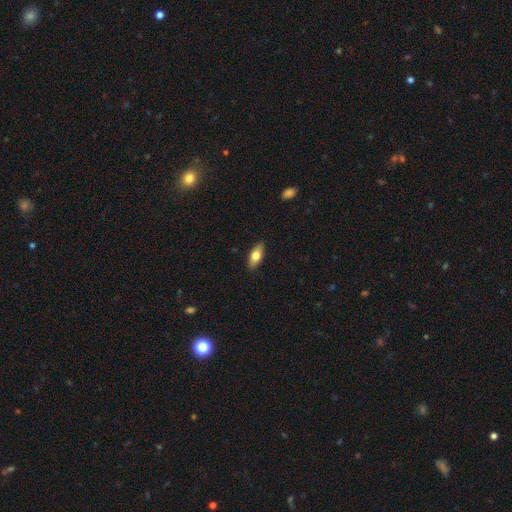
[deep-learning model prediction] smooth_or_featured: smooth (p=0.75) [alt: featured or disk p=0.18]
how_rounded: in between (p=0.85) [alt: cigar-shaped p=0.12]
merging: none (p=0.89) [alt: minor disturbance p=0.08]